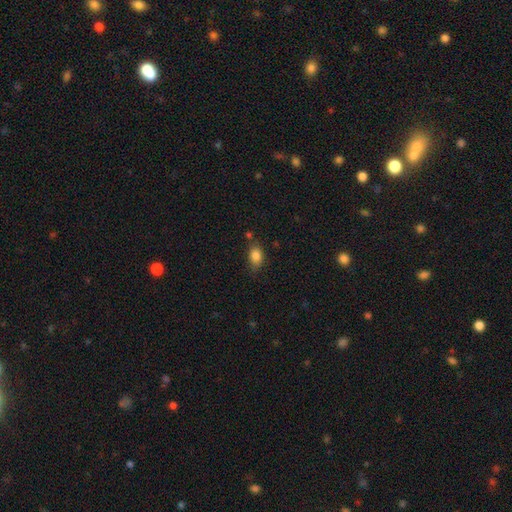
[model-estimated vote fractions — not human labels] Morphology: type=smooth (85%); roundness=in between (80%); merging=none (66%).